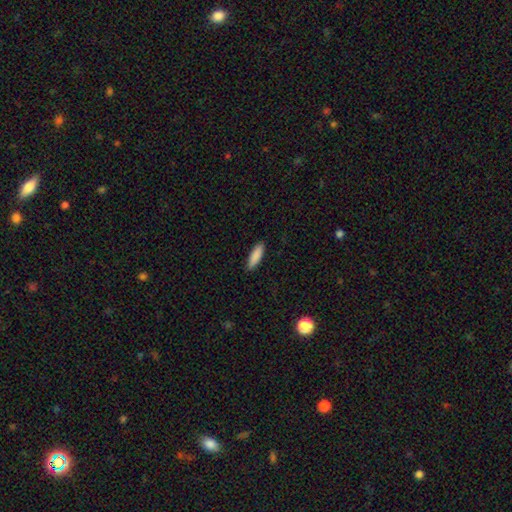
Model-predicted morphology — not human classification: The model was most divided on "how rounded": cigar-shaped: 56%, in between: 43%, round: 1%. More confident: merging — none (89%); smooth or featured — smooth (88%).